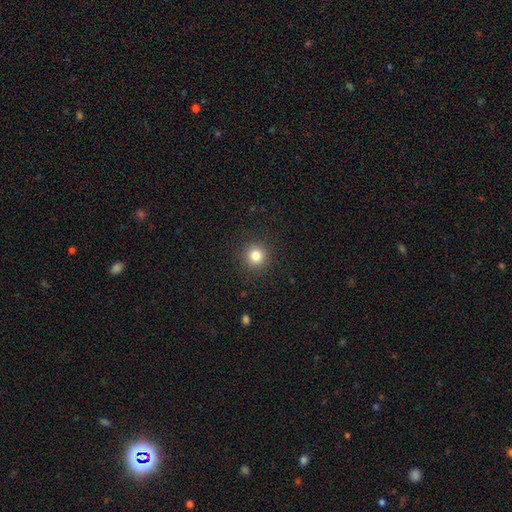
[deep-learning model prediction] Morphology: type=smooth (82%); roundness=round (94%); merging=none (91%).